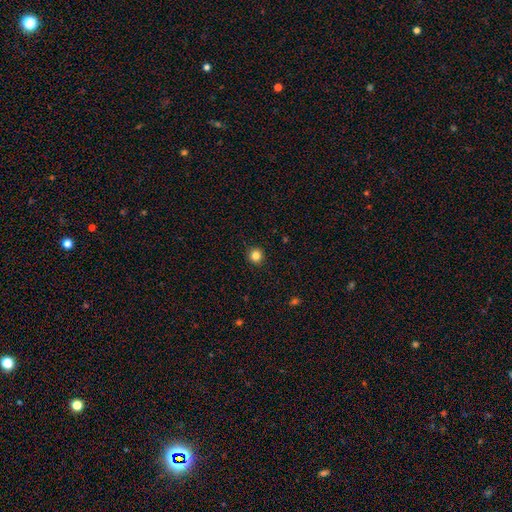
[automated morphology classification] Smooth or featured?
  - smooth: 84% *
  - star or artifact: 12%
  - featured or disk: 5%
How rounded?
  - round: 94% *
  - in between: 5%
  - cigar-shaped: 1%
Merging?
  - none: 93% *
  - minor disturbance: 5%
  - major disturbance: 1%
  - merger: 1%